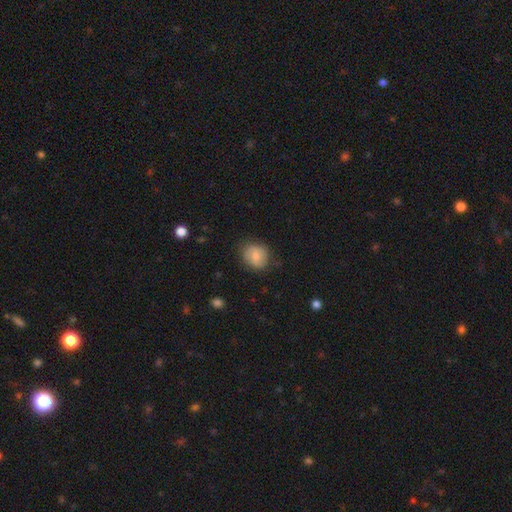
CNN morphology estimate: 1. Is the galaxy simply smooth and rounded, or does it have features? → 75% smooth, 18% featured or disk, 8% star or artifact.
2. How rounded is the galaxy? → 66% round, 33% in between, 1% cigar-shaped.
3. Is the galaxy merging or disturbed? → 73% none, 20% minor disturbance, 5% major disturbance, 1% merger.